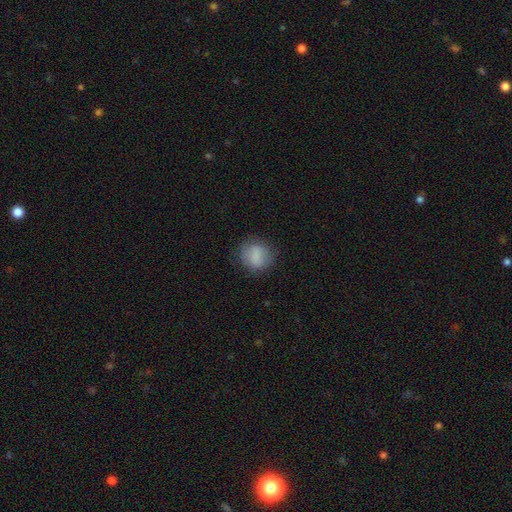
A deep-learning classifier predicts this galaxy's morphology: smooth-or-featured: smooth: 79% | featured or disk: 12% | star or artifact: 8%
  how-rounded: round: 73% | in between: 26% | cigar-shaped: 1%
  merging: none: 77% | minor disturbance: 16% | major disturbance: 6% | merger: 2%